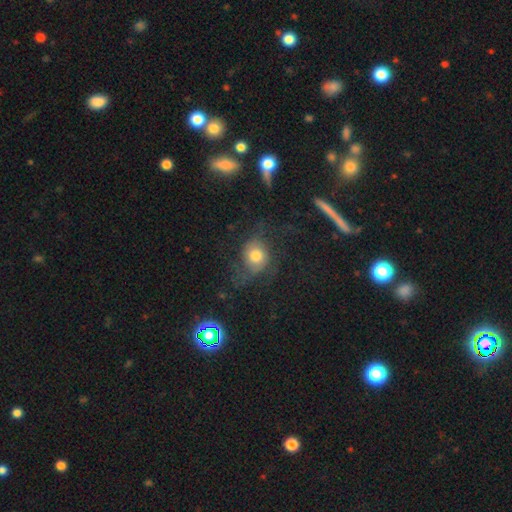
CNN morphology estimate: A smooth galaxy with no disk features (52%) that is round (68%).

Vote fractions:
- Smooth or featured? smooth: 52% / featured or disk: 34% / star or artifact: 13%
- How rounded? round: 68% / in between: 30% / cigar-shaped: 2%
- Merging? none: 51% / major disturbance: 27% / minor disturbance: 20% / merger: 3%